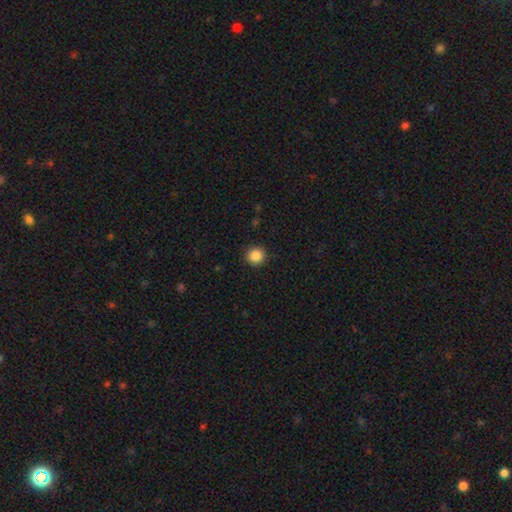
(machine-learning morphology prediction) Smooth or featured: smooth — 86% (star or artifact — 10%)
How rounded: round — 93% (in between — 6%)
Merging: none — 92% (minor disturbance — 5%)